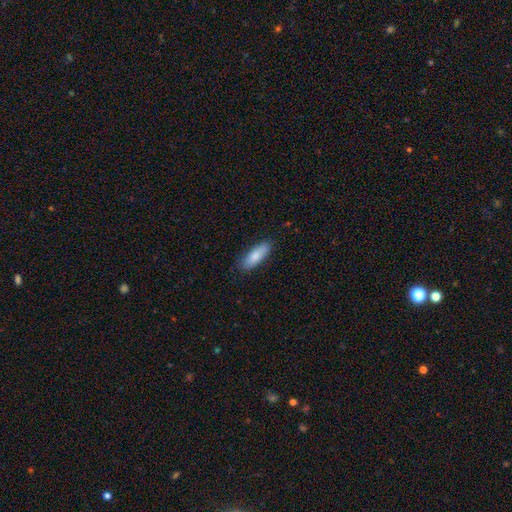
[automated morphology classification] Q: Smooth or featured?
A: smooth (83%); runner-up: featured or disk (11%)
Q: How rounded?
A: in between (64%); runner-up: cigar-shaped (35%)
Q: Merging?
A: none (84%); runner-up: minor disturbance (13%)